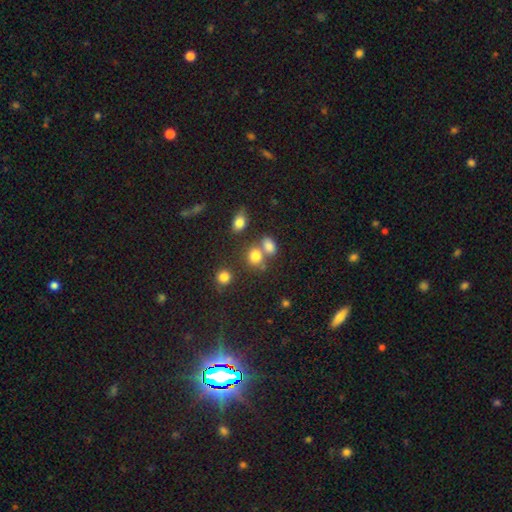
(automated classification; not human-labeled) The model was most divided on "merging": none: 48%, merger: 35%, minor disturbance: 11%, major disturbance: 6%. More confident: smooth or featured — smooth (77%); how rounded — round (57%).